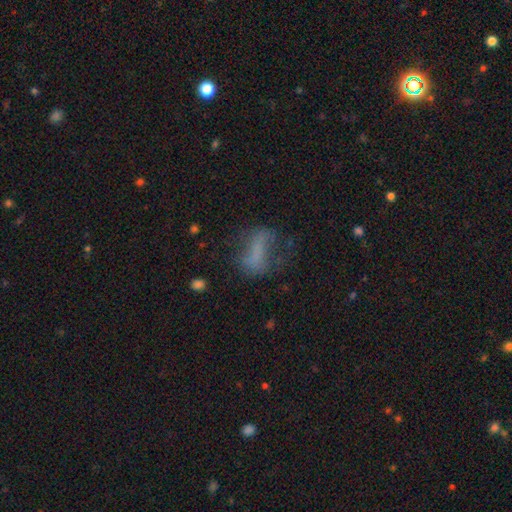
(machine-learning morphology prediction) Smooth or featured?
  - smooth: 49% *
  - featured or disk: 34%
  - star or artifact: 16%
Merging?
  - none: 41% *
  - major disturbance: 32%
  - minor disturbance: 23%
  - merger: 4%